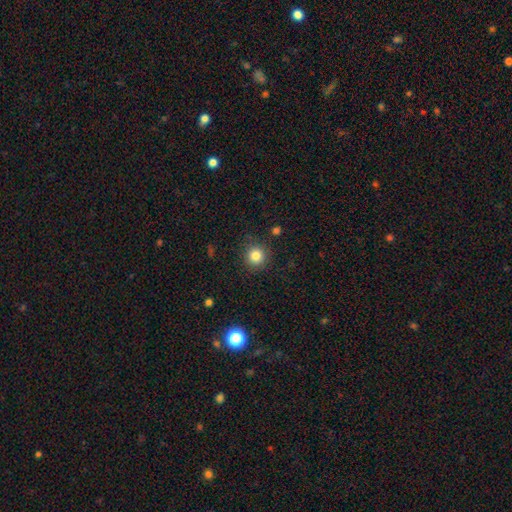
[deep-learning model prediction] Smooth or featured? smooth (83%)
How rounded? round (94%)
Merging? none (88%)